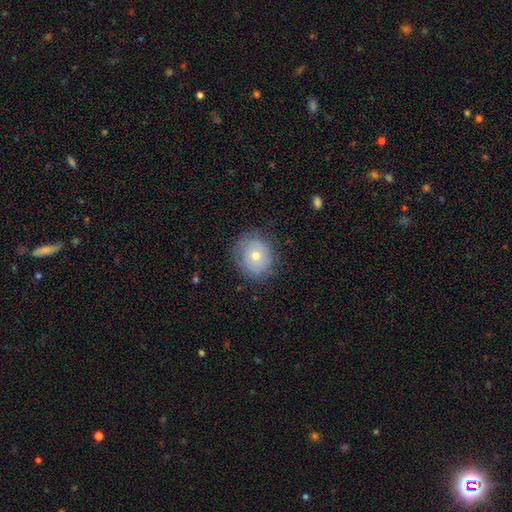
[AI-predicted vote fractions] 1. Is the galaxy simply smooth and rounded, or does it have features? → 63% smooth, 27% featured or disk, 10% star or artifact.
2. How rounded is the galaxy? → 80% round, 20% in between, 1% cigar-shaped.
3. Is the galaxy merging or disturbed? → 77% none, 16% minor disturbance, 6% major disturbance, 1% merger.